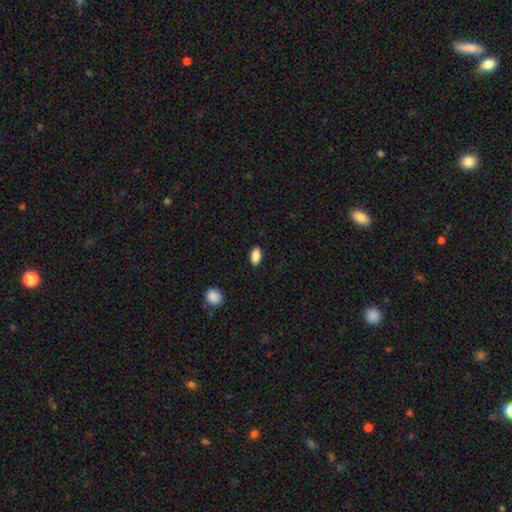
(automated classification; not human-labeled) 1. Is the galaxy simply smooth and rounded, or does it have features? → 88% smooth, 8% star or artifact, 4% featured or disk.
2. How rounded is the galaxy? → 91% in between, 5% round, 3% cigar-shaped.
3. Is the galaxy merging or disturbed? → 88% none, 8% minor disturbance, 2% major disturbance, 1% merger.